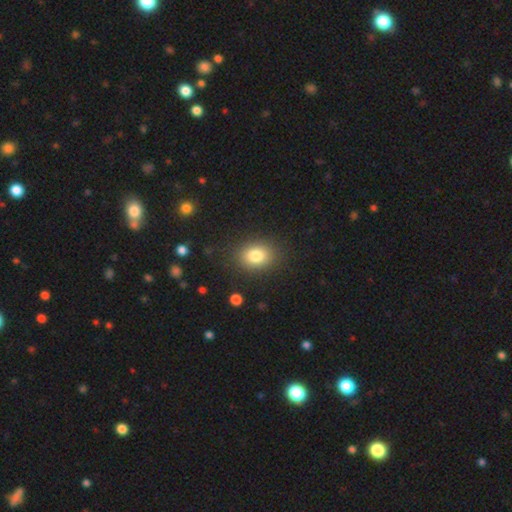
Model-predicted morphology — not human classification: Smooth or featured?
  - smooth: 82% *
  - star or artifact: 10%
  - featured or disk: 8%
How rounded?
  - in between: 59% *
  - round: 40%
  - cigar-shaped: 1%
Merging?
  - none: 85% *
  - minor disturbance: 10%
  - major disturbance: 4%
  - merger: 1%